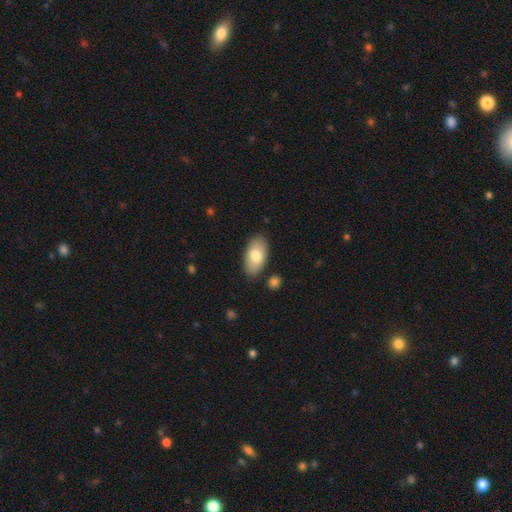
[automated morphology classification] This appears to be a smooth galaxy with no disk features (77%) that is in between round and cigar-shaped (94%). Merging: none (83%).